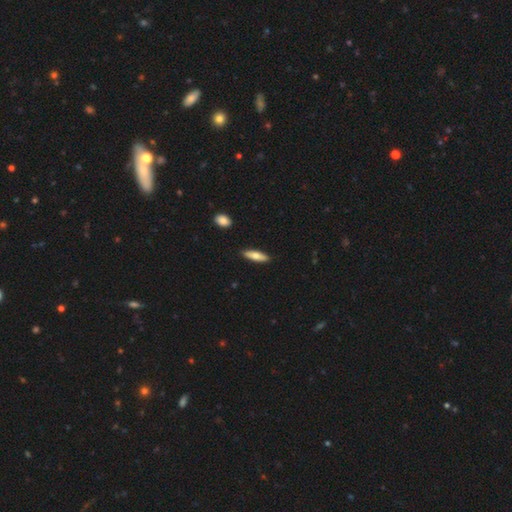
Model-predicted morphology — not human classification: smooth-or-featured: smooth: 70% | featured or disk: 24% | star or artifact: 6%
  how-rounded: cigar-shaped: 60% | in between: 38% | round: 2%
  merging: none: 88% | minor disturbance: 9% | major disturbance: 2% | merger: 1%